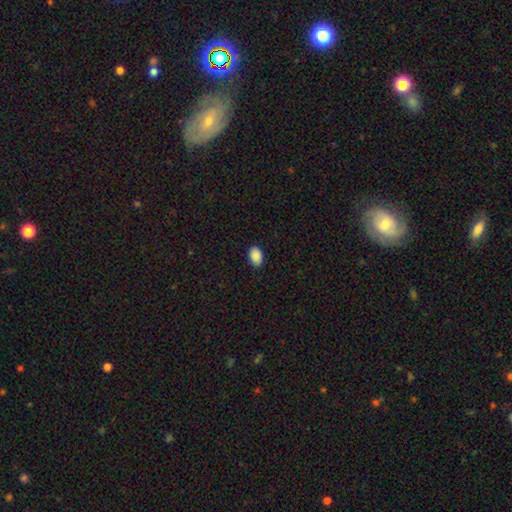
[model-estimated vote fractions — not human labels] Morphology: type=smooth (90%); roundness=in between (89%); merging=none (88%).